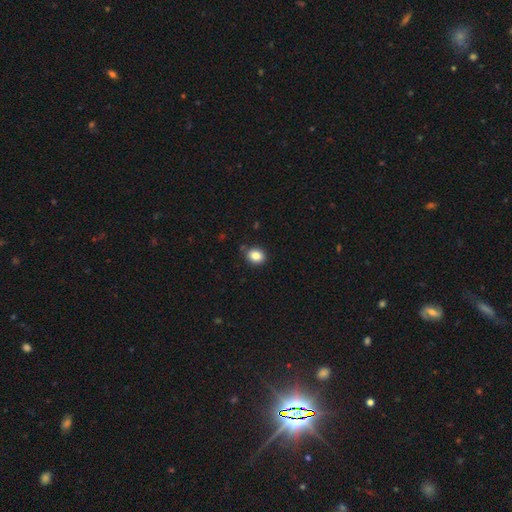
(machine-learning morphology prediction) type=smooth (85%); roundness=round (52%); merging=none (86%).